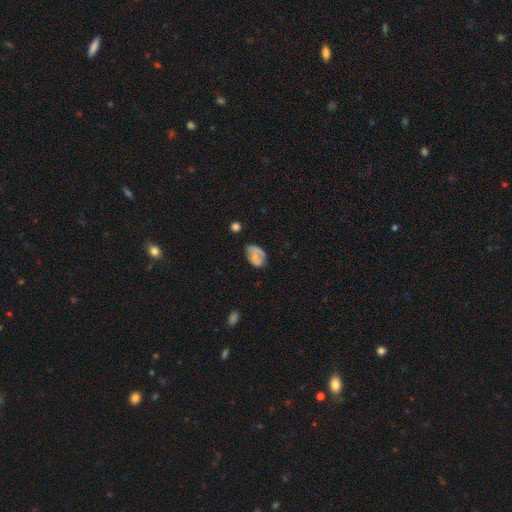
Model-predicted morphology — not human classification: A smooth galaxy with no disk features (56%) that is in between round and cigar-shaped (84%).

Vote fractions:
- Smooth or featured? smooth: 56% / featured or disk: 34% / star or artifact: 10%
- How rounded? in between: 84% / round: 15% / cigar-shaped: 2%
- Merging? none: 46% / minor disturbance: 33% / major disturbance: 16% / merger: 5%